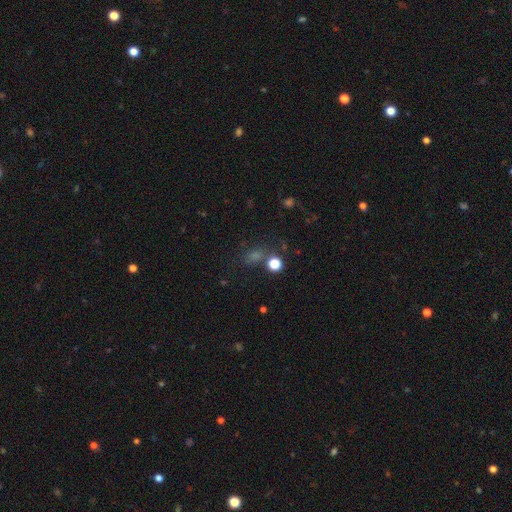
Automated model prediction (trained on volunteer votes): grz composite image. It shows a smooth galaxy with no disk features (50%). Merging: none (66%).